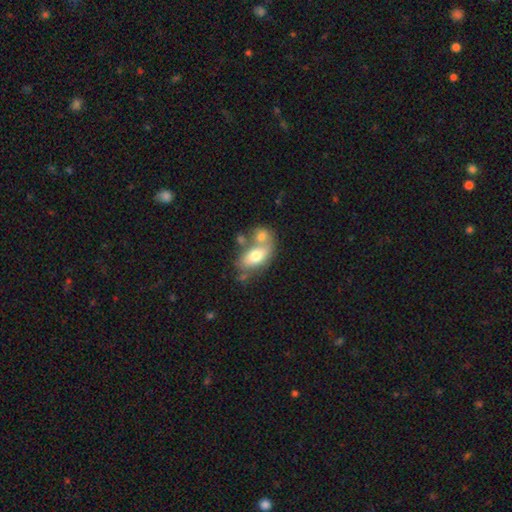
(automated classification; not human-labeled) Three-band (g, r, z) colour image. It shows a smooth galaxy with no disk features (67%) that is in between round and cigar-shaped (88%). Merging: merger (45%).